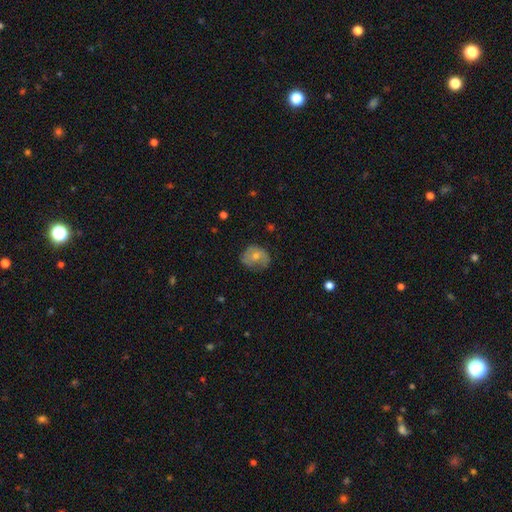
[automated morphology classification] Smooth or featured?
  - smooth: 47% *
  - featured or disk: 42%
  - star or artifact: 11%
Merging?
  - none: 62% *
  - minor disturbance: 27%
  - major disturbance: 10%
  - merger: 1%